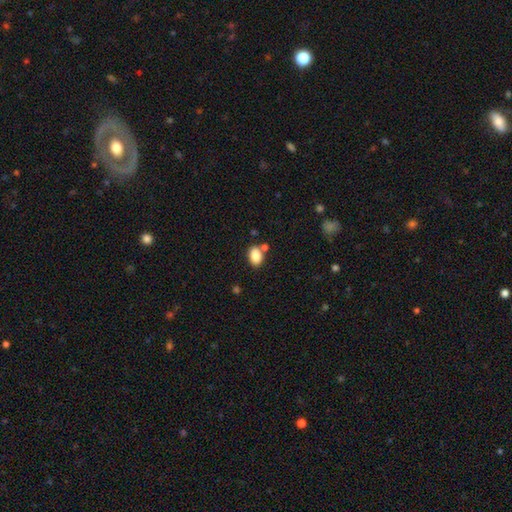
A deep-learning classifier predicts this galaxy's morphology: Smooth or featured? smooth (86%)
How rounded? in between (85%)
Merging? none (70%)